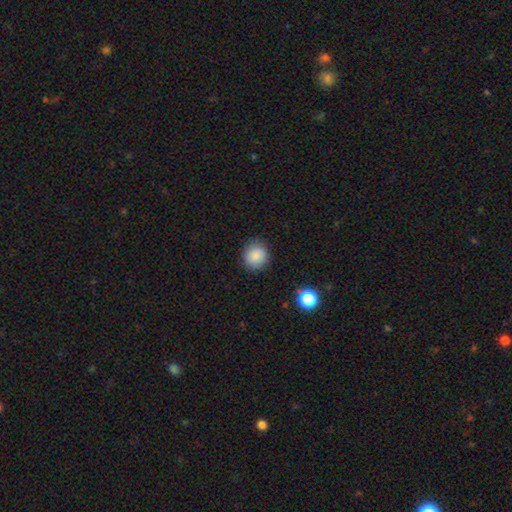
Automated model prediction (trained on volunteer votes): Smooth or featured? smooth (87%)
How rounded? round (89%)
Merging? none (88%)